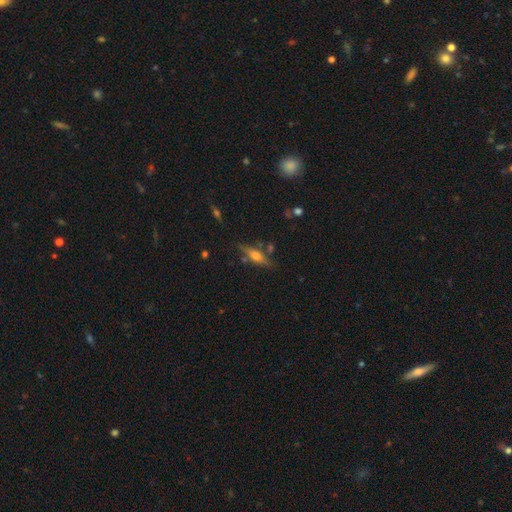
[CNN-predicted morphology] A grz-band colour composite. It shows a featured or disk galaxy (54%) viewed edge-on (91%). Merging: none (75%).